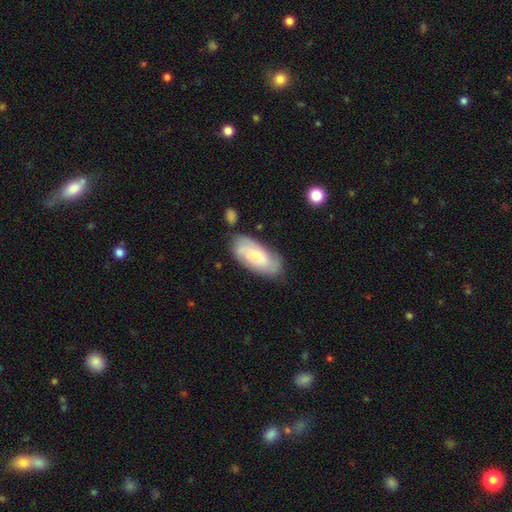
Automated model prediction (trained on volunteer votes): A featured or disk galaxy (47%, tied with smooth).

Vote fractions:
- Smooth or featured? featured or disk: 47% (tied) / smooth: 47% (tied) / star or artifact: 7%
- Merging? none: 71% / minor disturbance: 20% / major disturbance: 5% / merger: 4%